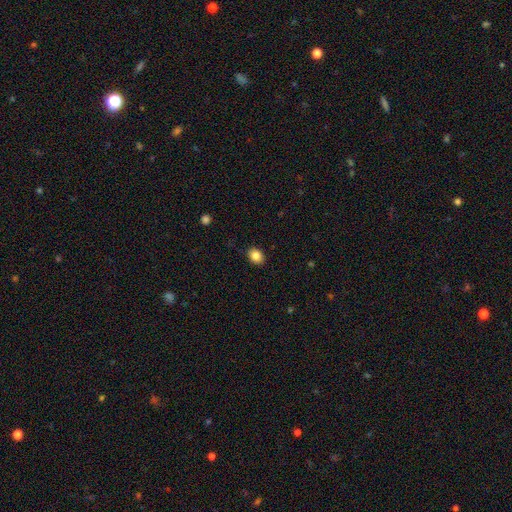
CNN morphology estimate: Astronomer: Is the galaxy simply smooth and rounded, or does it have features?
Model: smooth — 85%.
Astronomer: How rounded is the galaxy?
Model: in between — 60% (runner-up: round, 40%).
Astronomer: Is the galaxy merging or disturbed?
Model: none — 89%.